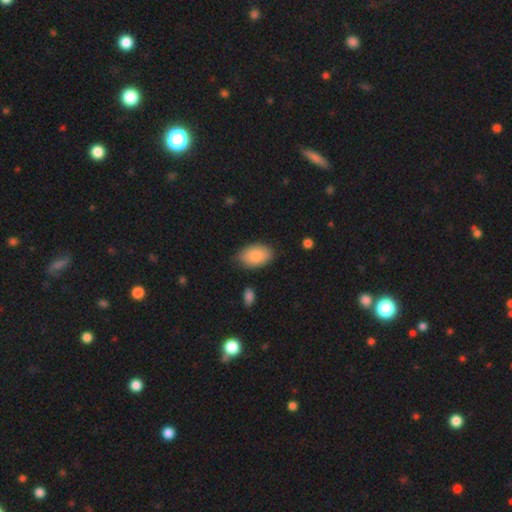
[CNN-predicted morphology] A smooth galaxy with no disk features (86%) that is in between round and cigar-shaped (91%).

Vote fractions:
- Smooth or featured? smooth: 86% / featured or disk: 8% / star or artifact: 6%
- How rounded? in between: 91% / round: 7% / cigar-shaped: 1%
- Merging? none: 76% / minor disturbance: 19% / major disturbance: 3% / merger: 2%